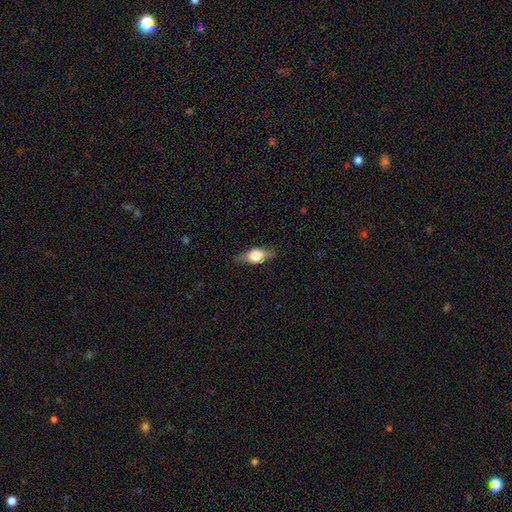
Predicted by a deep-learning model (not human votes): Smooth or featured?
  - smooth: 49% *
  - featured or disk: 43%
  - star or artifact: 7%
Merging?
  - none: 80% *
  - minor disturbance: 16%
  - major disturbance: 4%
  - merger: 1%